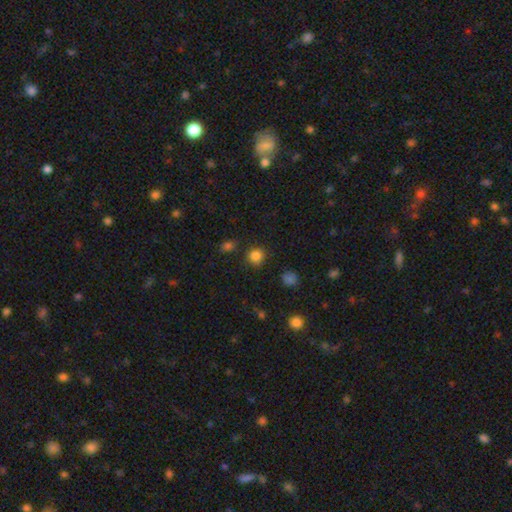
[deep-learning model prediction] The model was most divided on "smooth or featured": smooth: 83%, star or artifact: 13%, featured or disk: 4%. More confident: how rounded — round (92%); merging — none (87%).